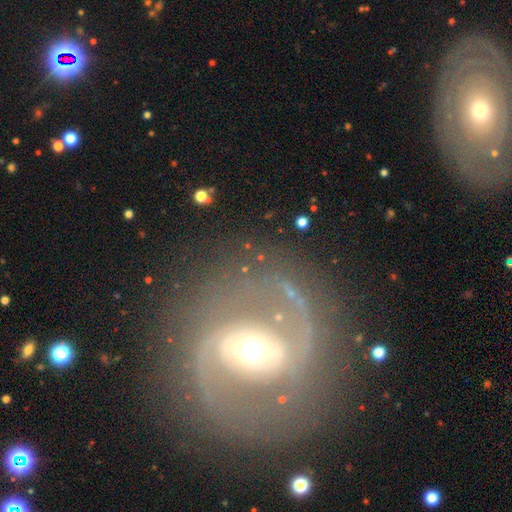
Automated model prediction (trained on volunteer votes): smooth_or_featured: featured or disk (p=0.86) [alt: smooth p=0.07]
disk_edge_on: no (p=0.97) [alt: yes p=0.03]
bar: weak (p=0.40) [alt: strong p=0.34]
has_spiral_arms: yes (p=0.94) [alt: no p=0.06]
spiral_winding: medium (p=0.53) [alt: tight p=0.26]
spiral_arm_count: 2 (p=0.91) [alt: can't tell p=0.03]
bulge_size: moderate (p=0.58) [alt: small p=0.26]
merging: none (p=0.80) [alt: minor disturbance p=0.11]